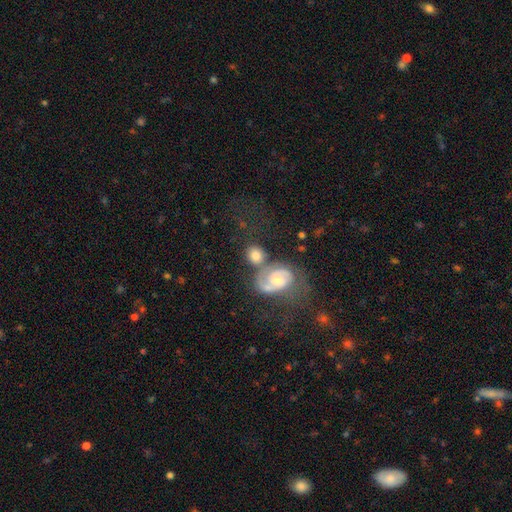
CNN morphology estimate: A smooth galaxy with no disk features (60%) that is round (71%). Merging: none (44%).